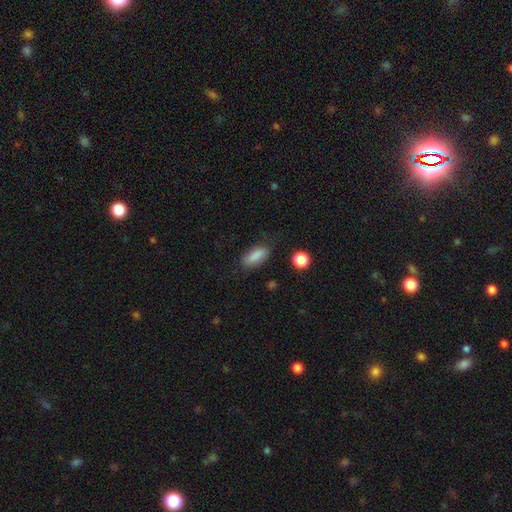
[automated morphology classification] Q: Smooth or featured?
A: smooth (87%); runner-up: star or artifact (8%)
Q: How rounded?
A: in between (83%); runner-up: cigar-shaped (14%)
Q: Merging?
A: none (76%); runner-up: minor disturbance (17%)